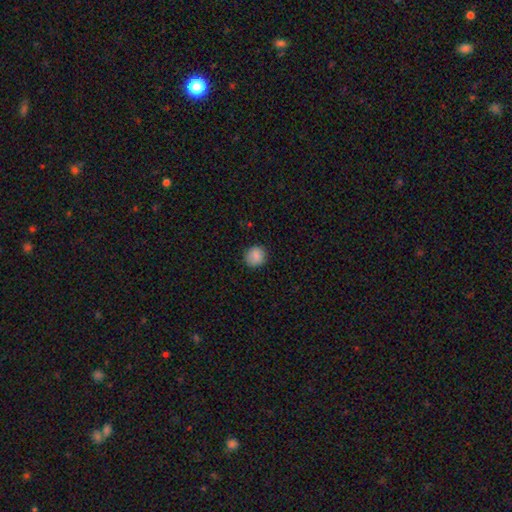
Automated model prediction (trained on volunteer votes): The model was most divided on "how rounded": round: 84%, in between: 15%, cigar-shaped: 1%. More confident: merging — none (87%); smooth or featured — smooth (87%).